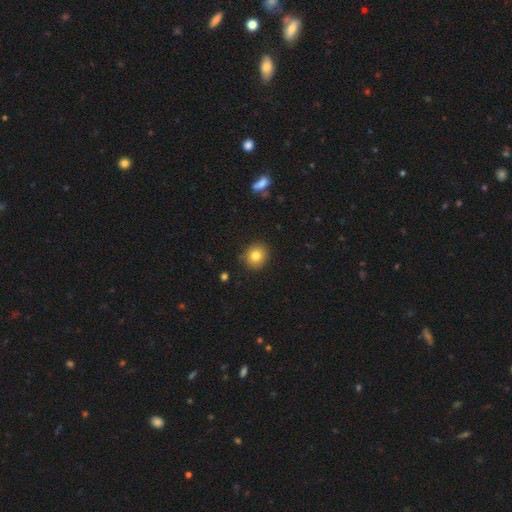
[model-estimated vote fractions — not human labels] A smooth galaxy with no disk features (82%) that is round (85%). Merging: none (88%).